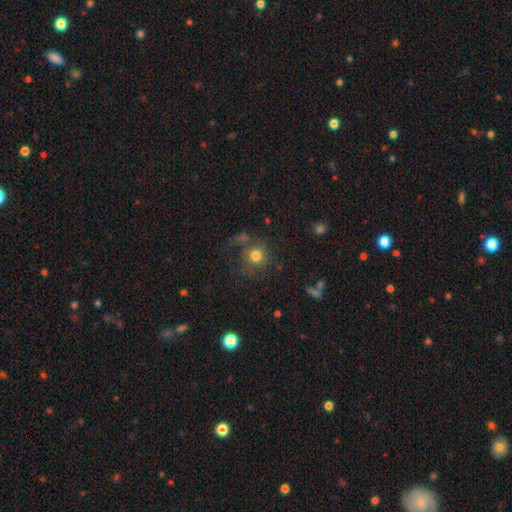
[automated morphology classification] This is likely a smooth galaxy (69%). How rounded: clearly round (87%). Merging: possibly none (57%).